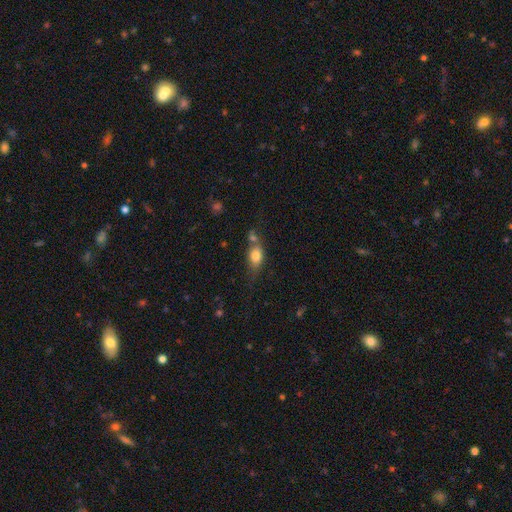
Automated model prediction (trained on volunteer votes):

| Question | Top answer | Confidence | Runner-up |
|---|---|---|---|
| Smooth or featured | smooth | 77% | featured or disk (13%) |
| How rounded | in between | 73% | round (21%) |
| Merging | none | 43% | merger (29%) |